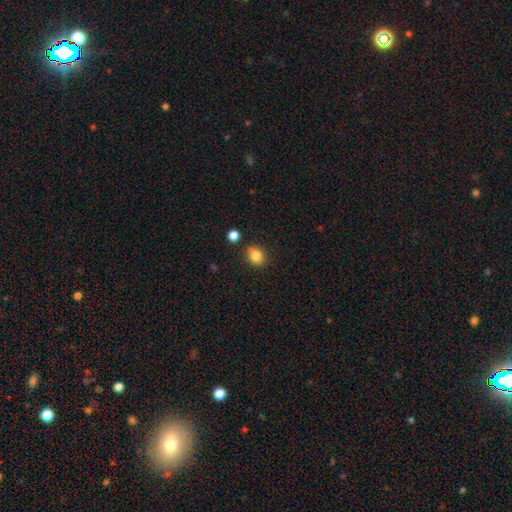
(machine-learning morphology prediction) A smooth galaxy with no disk features (83%) that is round (63%). Merging: none (80%).